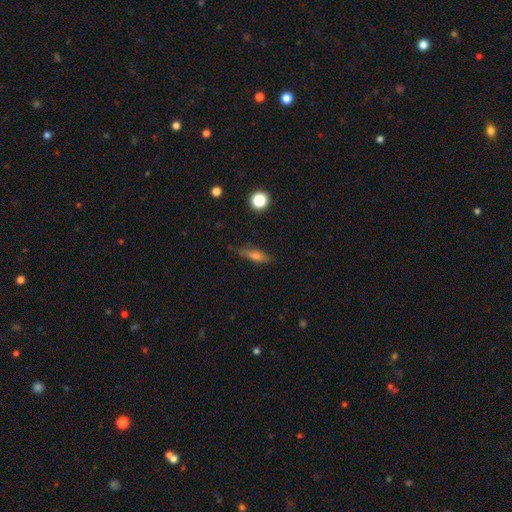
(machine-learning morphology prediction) Smooth or featured? Predicted: smooth (p=0.66). How rounded? Predicted: in between (p=0.54). Merging? Predicted: none (p=0.71).